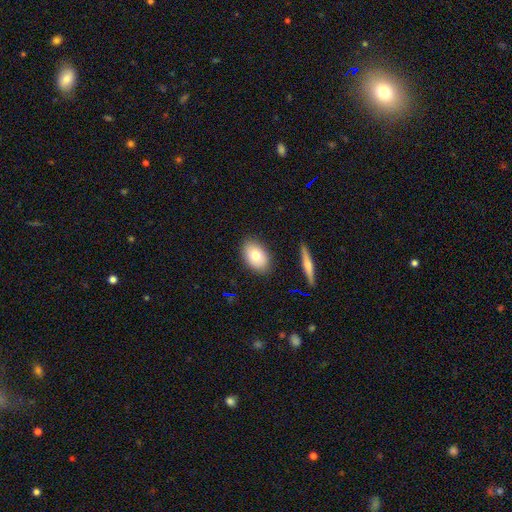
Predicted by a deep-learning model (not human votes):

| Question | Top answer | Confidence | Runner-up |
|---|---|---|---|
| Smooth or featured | smooth | 73% | featured or disk (18%) |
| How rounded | in between | 83% | round (15%) |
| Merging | none | 84% | minor disturbance (11%) |